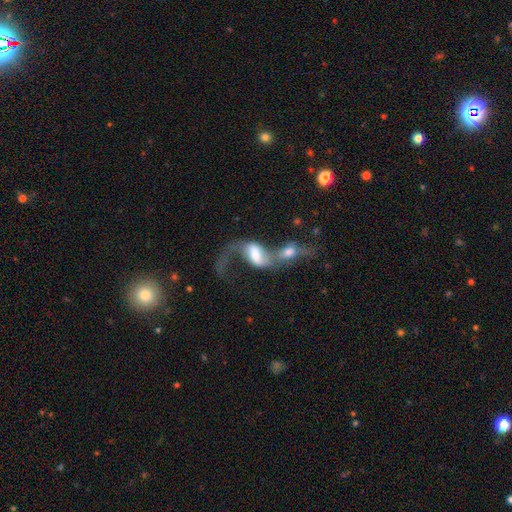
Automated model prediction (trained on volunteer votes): Morphology: type=featured or disk (64%); edge-on=no (93%); bar=weak (41%); spiral arms=yes (79%); bulge=moderate (39%); merging=merger (74%).